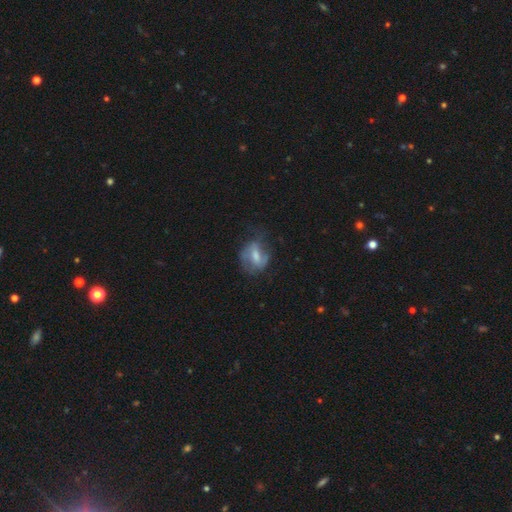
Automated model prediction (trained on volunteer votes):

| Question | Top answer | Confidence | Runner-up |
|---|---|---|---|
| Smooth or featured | featured or disk | 53% | smooth (39%) |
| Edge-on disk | no | 94% | yes (6%) |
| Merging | none | 48% | minor disturbance (28%) |